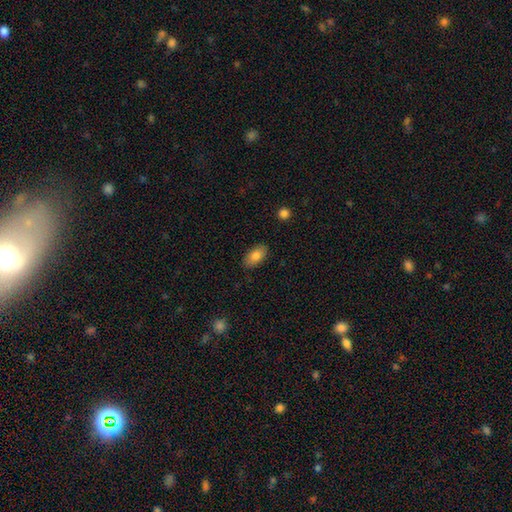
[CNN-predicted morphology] Overall: smooth (82%). How rounded: in between (93%). Merging: none (86%).